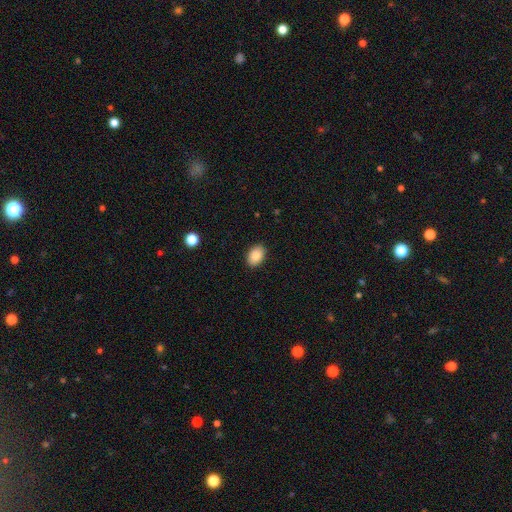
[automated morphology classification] smooth_or_featured: smooth (p=0.88) [alt: star or artifact p=0.07]
how_rounded: in between (p=0.86) [alt: round p=0.13]
merging: none (p=0.89) [alt: minor disturbance p=0.08]